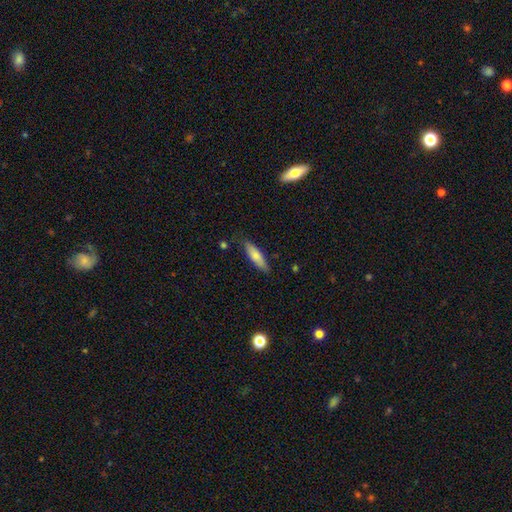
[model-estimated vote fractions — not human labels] Q: Smooth or featured?
A: smooth (72%); runner-up: featured or disk (23%)
Q: How rounded?
A: cigar-shaped (62%); runner-up: in between (36%)
Q: Merging?
A: none (83%); runner-up: minor disturbance (13%)